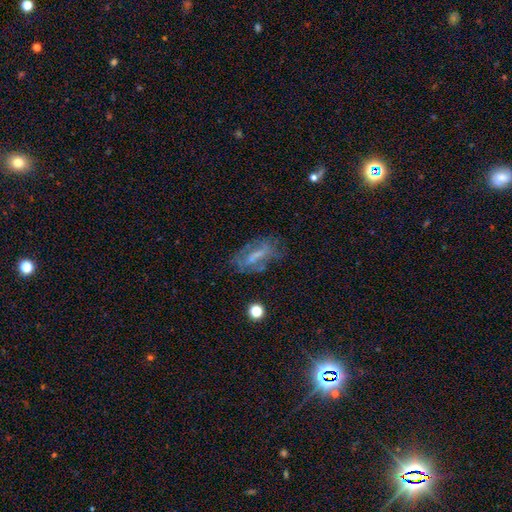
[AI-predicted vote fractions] A featured or disk galaxy (55%).

Vote fractions:
- Smooth or featured? featured or disk: 55% / smooth: 32% / star or artifact: 13%
- Edge-on disk? no: 86% / yes: 14%
- Merging? none: 55% / minor disturbance: 23% / major disturbance: 18% / merger: 4%